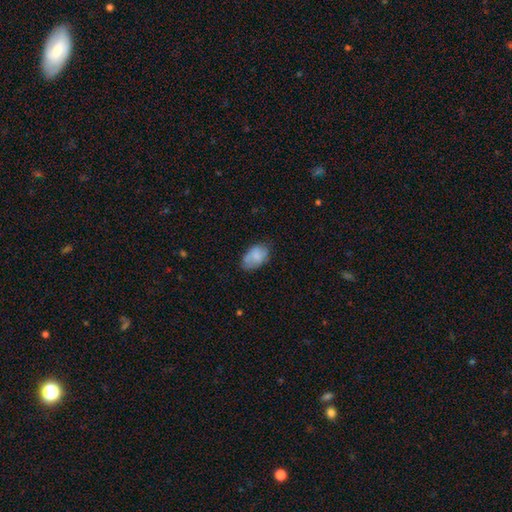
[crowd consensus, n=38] Smooth or featured: smooth — 76% (featured or disk — 18%)
How rounded: in between — 83% (round — 17%)
Merging: none — 61% (minor disturbance — 31%)